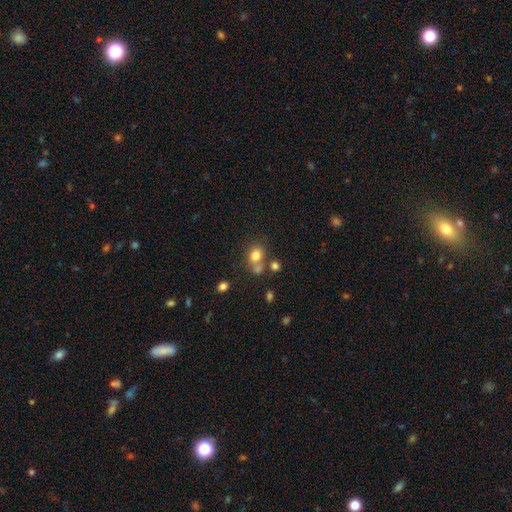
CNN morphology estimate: This appears to be a smooth galaxy with no disk features (78%) that is round (73%). Merging: none (54%).